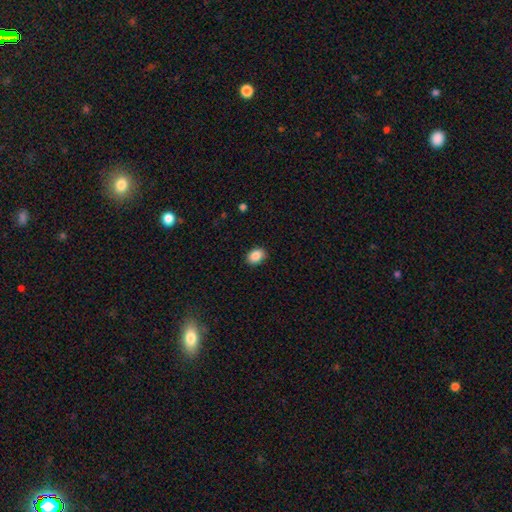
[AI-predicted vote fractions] This is clearly a smooth galaxy (88%). How rounded: likely in between (73%). Merging: clearly none (88%).